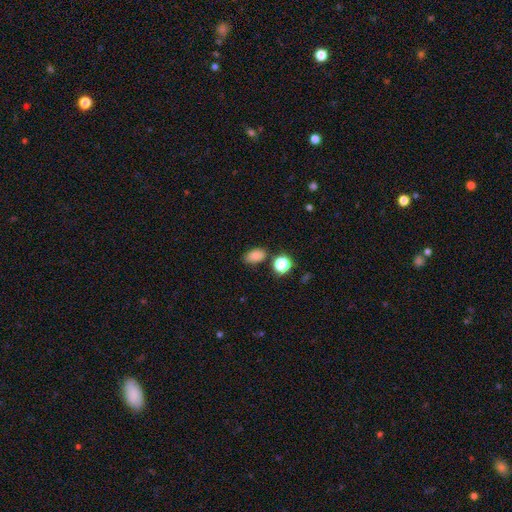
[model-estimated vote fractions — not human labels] A smooth galaxy with no disk features (82%) that is in between round and cigar-shaped (86%).

Vote fractions:
- Smooth or featured? smooth: 82% / star or artifact: 13% / featured or disk: 5%
- How rounded? in between: 86% / round: 13% / cigar-shaped: 2%
- Merging? none: 77% / minor disturbance: 13% / merger: 6% / major disturbance: 3%